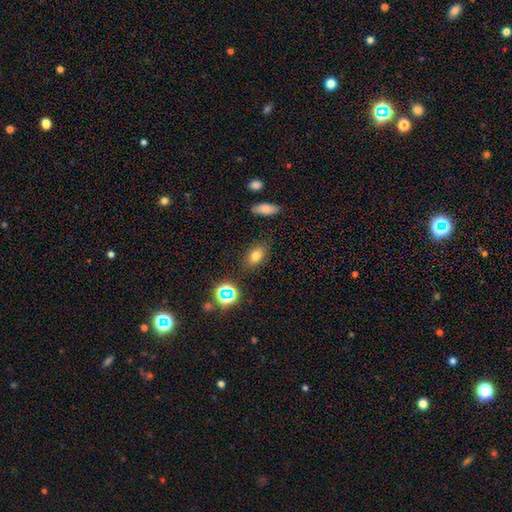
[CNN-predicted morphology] Smooth or featured?
  - smooth: 75% *
  - star or artifact: 14%
  - featured or disk: 10%
How rounded?
  - in between: 79% *
  - round: 17%
  - cigar-shaped: 3%
Merging?
  - none: 83% *
  - minor disturbance: 11%
  - major disturbance: 3%
  - merger: 3%